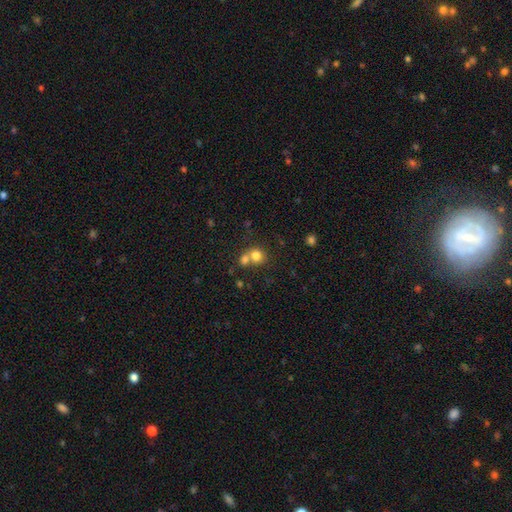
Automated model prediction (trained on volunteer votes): Q: Smooth or featured?
A: smooth (78%); runner-up: star or artifact (12%)
Q: How rounded?
A: round (81%); runner-up: in between (18%)
Q: Merging?
A: merger (51%); runner-up: none (40%)